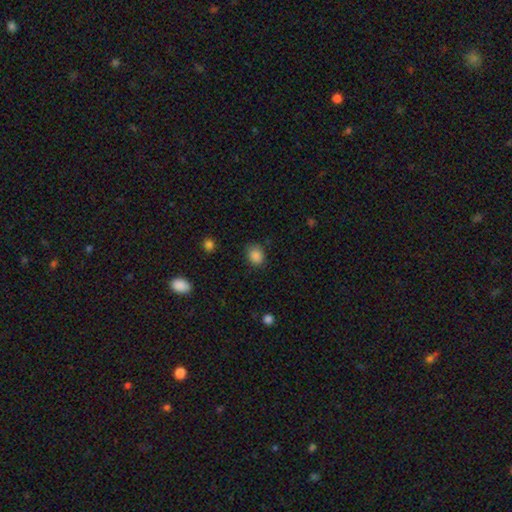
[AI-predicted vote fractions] Overall: smooth (86%). How rounded: round (51%; in between 48%). Merging: none (80%).